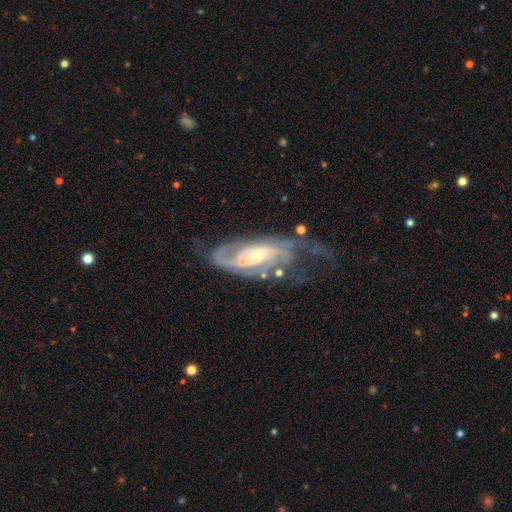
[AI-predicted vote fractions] smooth-or-featured: featured or disk: 84% | smooth: 9% | star or artifact: 6%
  disk-edge-on: no: 93% | yes: 7%
    bar: no: 51% | weak: 38% | strong: 12%
    has-spiral-arms: yes: 93% | no: 7%
      spiral-winding: tight: 45% | medium: 40% | loose: 15%
      spiral-arm-count: 2: 48% | can't tell: 27% | 3: 10% | 1: 10% | 4: 3% | more than 4: 3%
    bulge-size: small: 49% | moderate: 41% | none: 5% | large: 4% | dominant: 1%
  merging: none: 37% | major disturbance: 33% | minor disturbance: 22% | merger: 7%